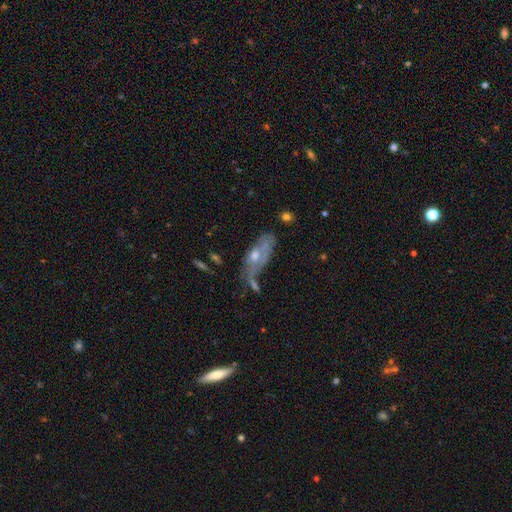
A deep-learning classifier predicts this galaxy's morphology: Overall: featured or disk (56%; smooth 34%). Edge-on disk: no (73%). Merging: none (36%; minor disturbance 27%).